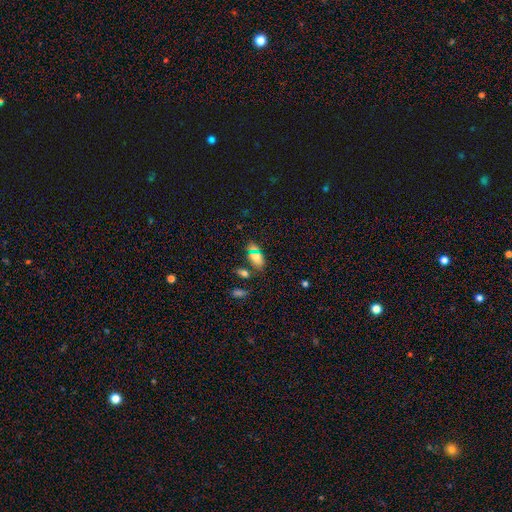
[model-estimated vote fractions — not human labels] Overall: smooth (67%). How rounded: in between (88%). Merging: none (68%).